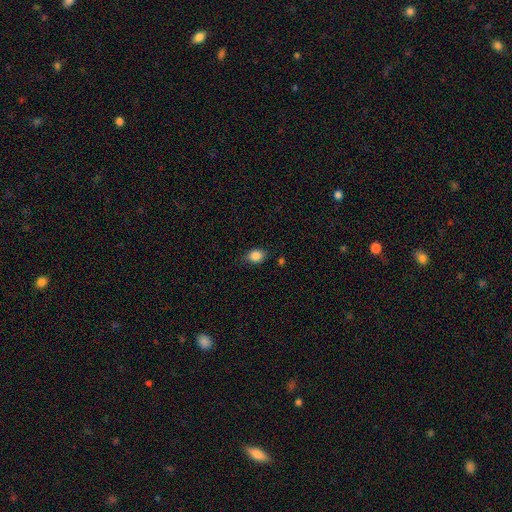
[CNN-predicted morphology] A smooth galaxy with no disk features (86%) that is in between round and cigar-shaped (60%).

Vote fractions:
- Smooth or featured? smooth: 86% / star or artifact: 9% / featured or disk: 4%
- How rounded? in between: 60% / round: 39% / cigar-shaped: 1%
- Merging? none: 77% / minor disturbance: 17% / major disturbance: 4% / merger: 2%